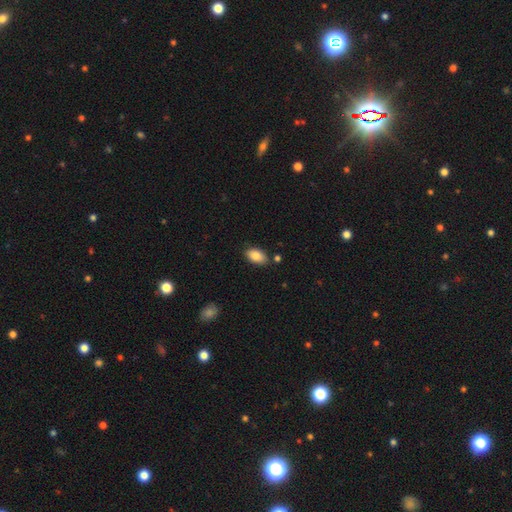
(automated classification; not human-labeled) Smooth or featured? smooth (86%)
How rounded? in between (93%)
Merging? none (81%)